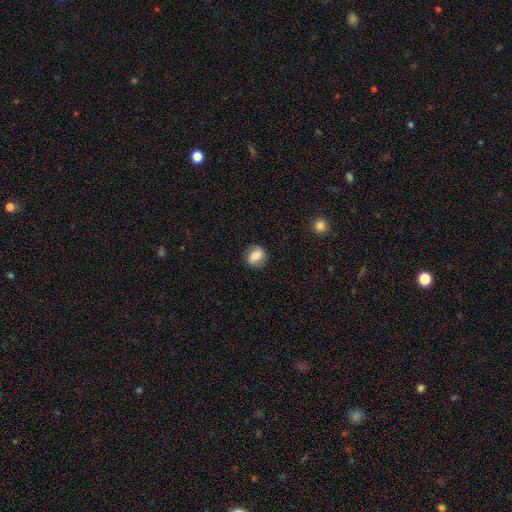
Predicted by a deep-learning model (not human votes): Q: Smooth or featured?
A: smooth (76%); runner-up: featured or disk (16%)
Q: How rounded?
A: round (66%); runner-up: in between (33%)
Q: Merging?
A: none (83%); runner-up: minor disturbance (12%)